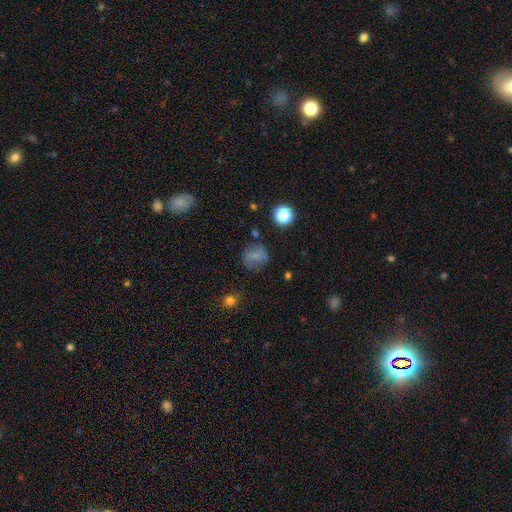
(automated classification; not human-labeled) Smooth or featured? smooth (66%)
How rounded? round (74%)
Merging? none (69%)